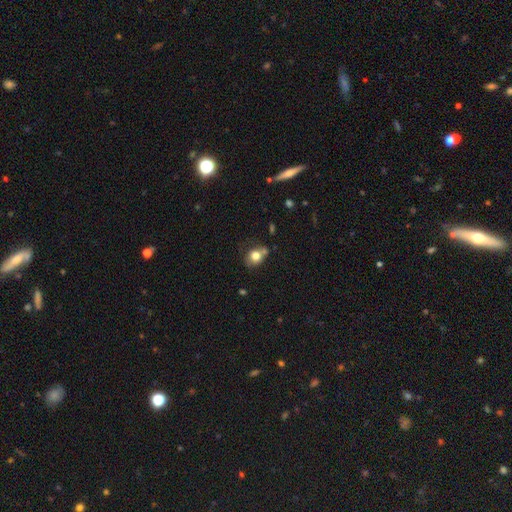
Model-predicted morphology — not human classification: smooth-or-featured: smooth: 77% | featured or disk: 12% | star or artifact: 10%
  how-rounded: round: 69% | in between: 30% | cigar-shaped: 1%
  merging: none: 52% | minor disturbance: 23% | merger: 16% | major disturbance: 9%